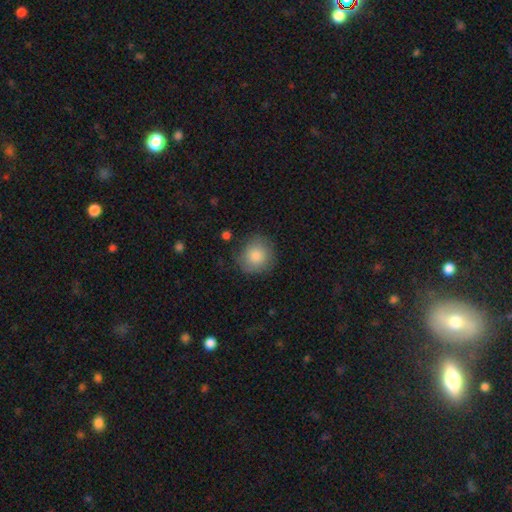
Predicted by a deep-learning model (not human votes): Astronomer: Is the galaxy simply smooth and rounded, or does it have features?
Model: smooth — 84%.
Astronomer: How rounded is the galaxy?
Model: round — 90%.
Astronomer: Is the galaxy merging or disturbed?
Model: none — 81%.